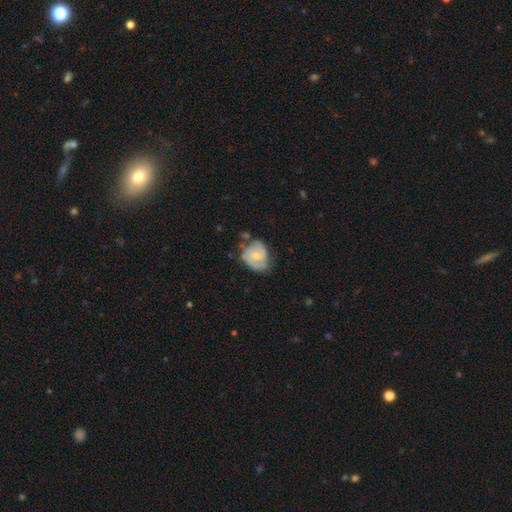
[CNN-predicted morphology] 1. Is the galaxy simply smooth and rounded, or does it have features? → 70% featured or disk, 24% smooth, 6% star or artifact.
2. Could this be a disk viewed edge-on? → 98% no, 2% yes.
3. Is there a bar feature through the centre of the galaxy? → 52% no, 41% weak, 7% strong.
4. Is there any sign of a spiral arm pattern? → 90% yes, 10% no.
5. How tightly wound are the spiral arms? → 44% medium, 41% tight, 15% loose.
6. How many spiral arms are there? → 72% 2, 13% can't tell, 7% 1, 5% 3, 1% 4, 1% more than 4.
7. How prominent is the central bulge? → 51% small, 41% moderate, 5% none, 2% large, 1% dominant.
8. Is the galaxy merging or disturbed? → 54% none, 30% minor disturbance, 11% major disturbance, 5% merger.